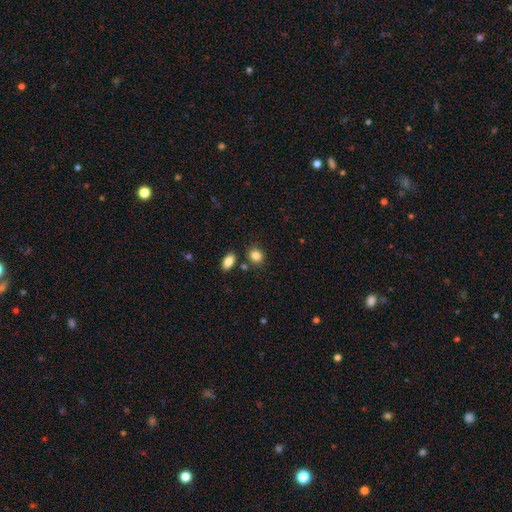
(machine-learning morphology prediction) A smooth galaxy with no disk features (85%) that is round (57%). Merging: none (77%).